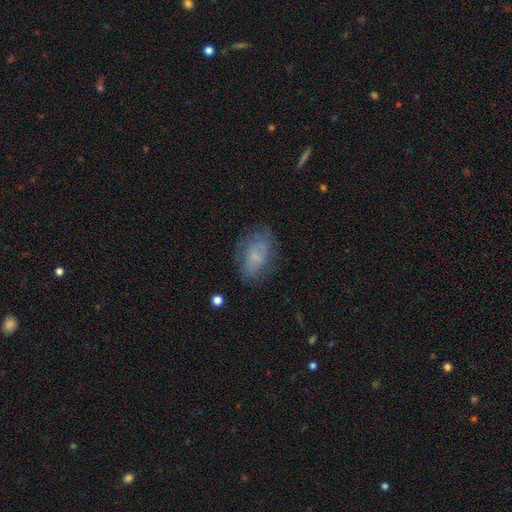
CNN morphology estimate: A smooth galaxy with no disk features (55%) that is in between round and cigar-shaped (86%).

Vote fractions:
- Smooth or featured? smooth: 55% / featured or disk: 36% / star or artifact: 9%
- How rounded? in between: 86% / round: 12% / cigar-shaped: 2%
- Merging? none: 68% / minor disturbance: 21% / major disturbance: 10% / merger: 1%